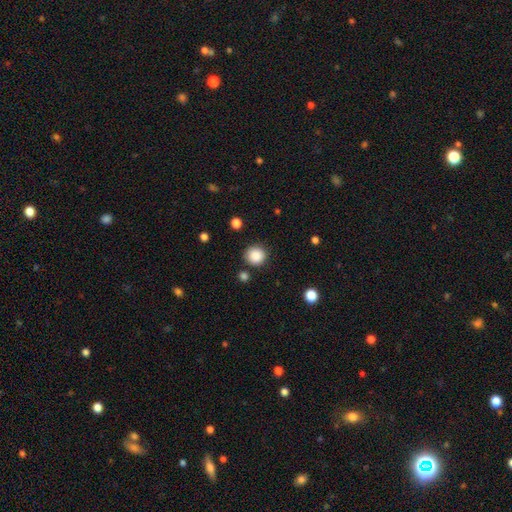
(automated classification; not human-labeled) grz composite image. It shows a smooth galaxy with no disk features (87%) that is round (91%). Merging: none (84%).